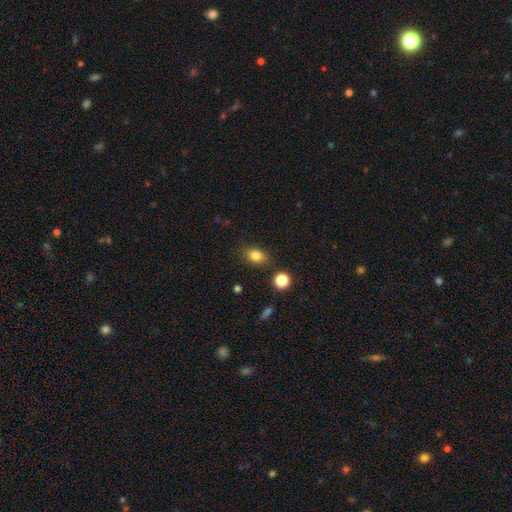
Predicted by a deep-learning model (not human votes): This is clearly a smooth galaxy (82%). How rounded: likely in between (69%). Merging: clearly none (81%).